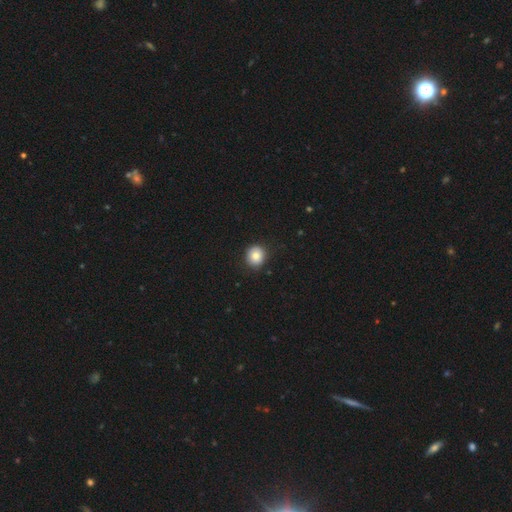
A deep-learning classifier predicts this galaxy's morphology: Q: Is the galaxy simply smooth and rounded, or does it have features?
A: smooth — 82%.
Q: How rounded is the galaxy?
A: round — 84%.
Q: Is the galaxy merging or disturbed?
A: none — 88%.